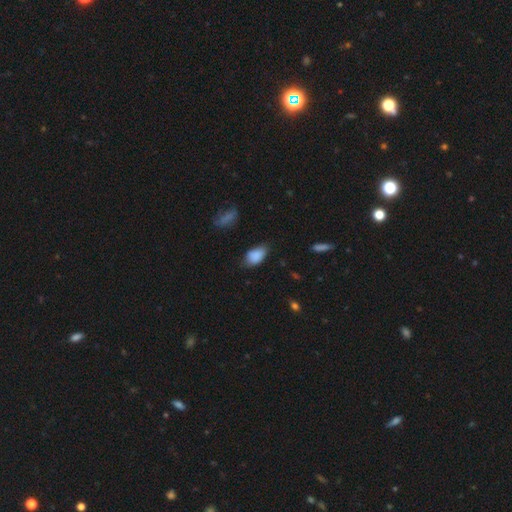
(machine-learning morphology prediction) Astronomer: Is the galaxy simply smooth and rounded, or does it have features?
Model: smooth — 87%.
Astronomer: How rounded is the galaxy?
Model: in between — 91%.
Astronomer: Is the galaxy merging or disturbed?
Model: none — 58%.